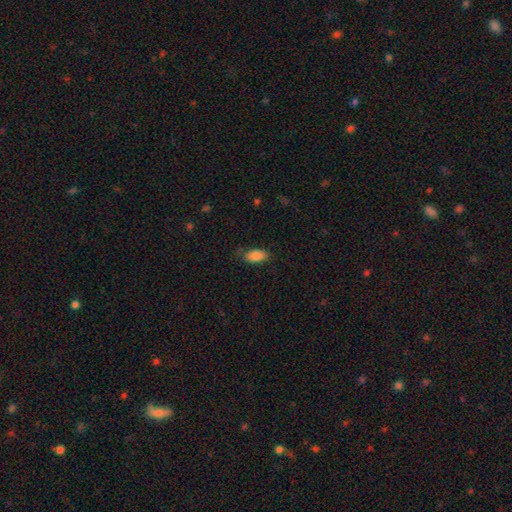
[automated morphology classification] smooth_or_featured: smooth (p=0.87) [alt: star or artifact p=0.07]
how_rounded: in between (p=0.91) [alt: cigar-shaped p=0.06]
merging: none (p=0.75) [alt: minor disturbance p=0.19]